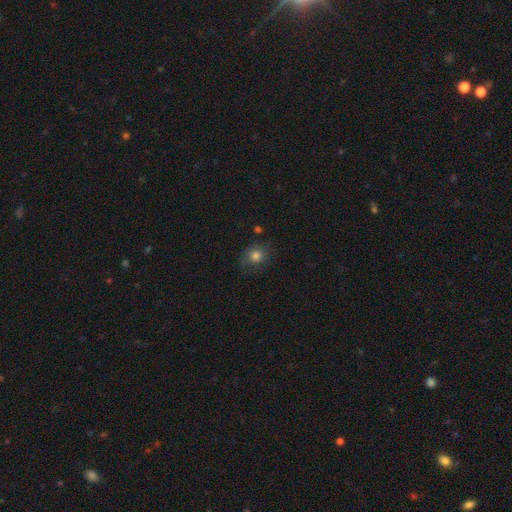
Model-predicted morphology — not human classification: A smooth galaxy with no disk features (78%) that is round (68%). Merging: none (71%).